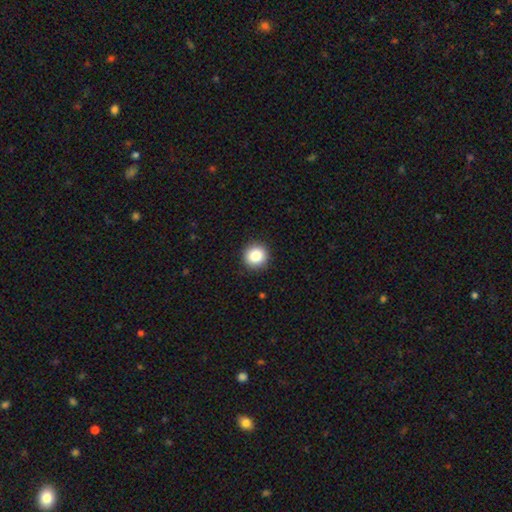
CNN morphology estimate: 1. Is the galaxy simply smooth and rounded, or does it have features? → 85% smooth, 10% star or artifact, 5% featured or disk.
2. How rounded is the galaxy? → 94% round, 5% in between, 1% cigar-shaped.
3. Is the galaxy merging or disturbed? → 92% none, 5% minor disturbance, 2% major disturbance, 1% merger.